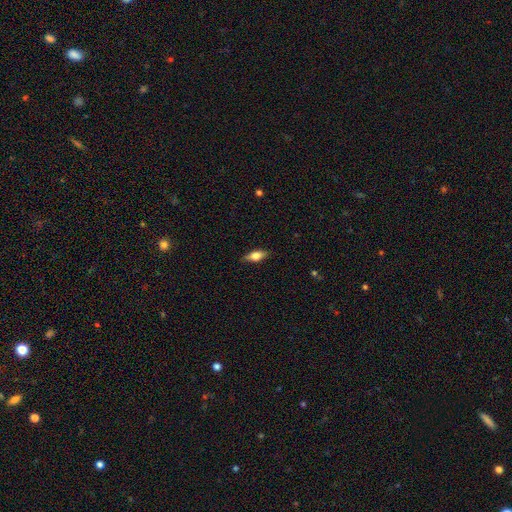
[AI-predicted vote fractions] A smooth galaxy with no disk features (67%) that is in between round and cigar-shaped (75%). Merging: none (85%).